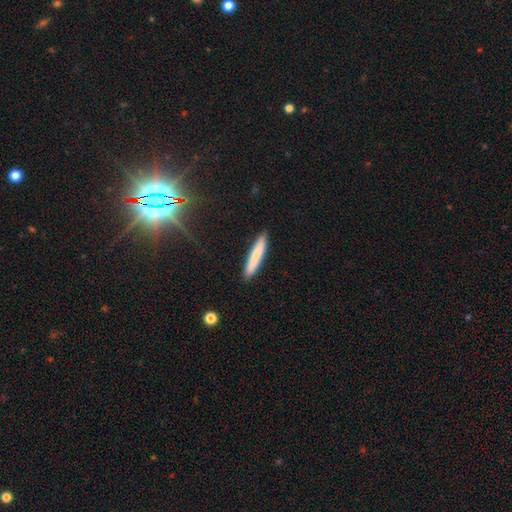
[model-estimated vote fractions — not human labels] Smooth or featured?
  - smooth: 76% *
  - featured or disk: 18%
  - star or artifact: 6%
How rounded?
  - cigar-shaped: 91% *
  - in between: 7%
  - round: 1%
Merging?
  - none: 89% *
  - minor disturbance: 8%
  - major disturbance: 2%
  - merger: 1%